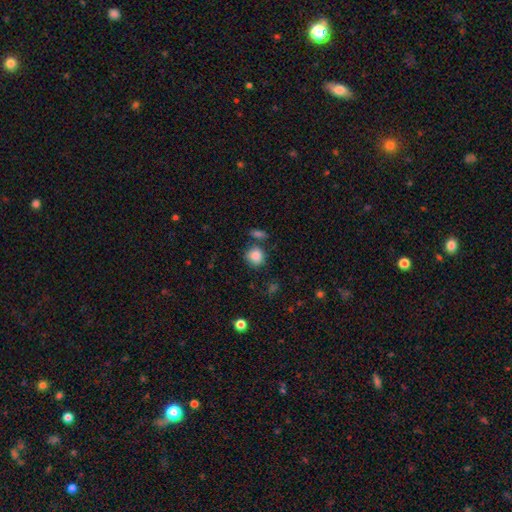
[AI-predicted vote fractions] smooth 86%, star or artifact 9%, featured or disk 5%. Down the decision tree: how rounded — round (79%); merging — none (71%).